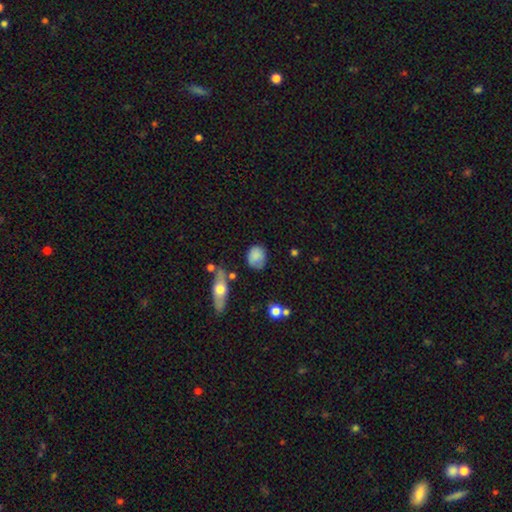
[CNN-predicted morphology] This is likely a smooth galaxy (78%). How rounded: possibly round (56%). Merging: likely none (61%).